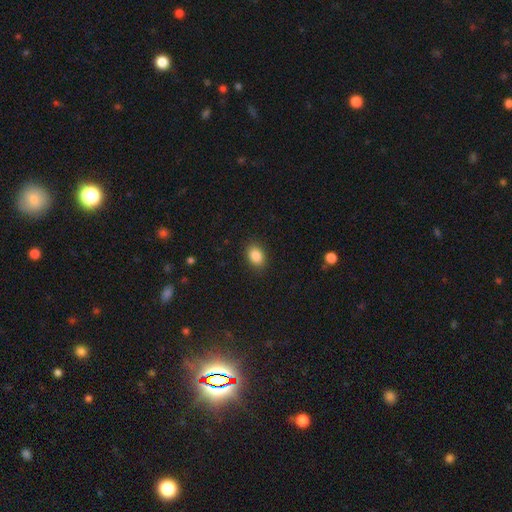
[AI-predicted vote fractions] smooth 87%, star or artifact 9%, featured or disk 4%. Down the decision tree: how rounded — in between (71%); merging — none (88%).